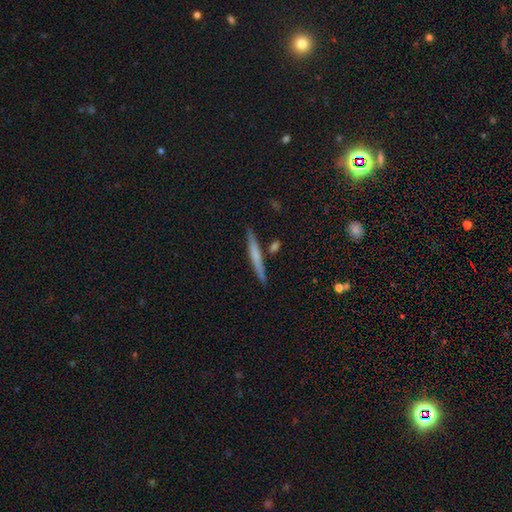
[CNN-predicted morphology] Smooth or featured? smooth (50%)
How rounded? cigar-shaped (95%)
Merging? none (86%)